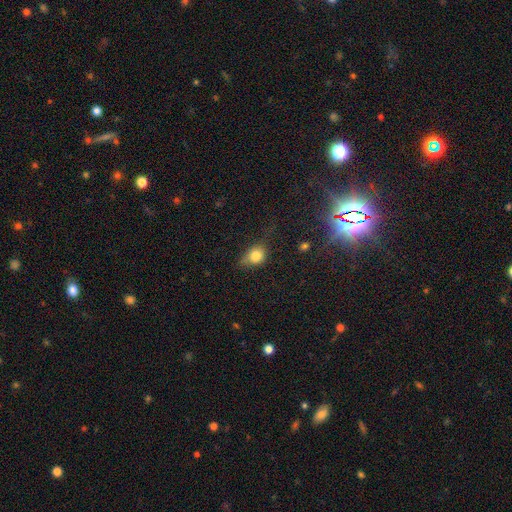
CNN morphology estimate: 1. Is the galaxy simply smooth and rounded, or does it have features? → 78% smooth, 11% star or artifact, 11% featured or disk.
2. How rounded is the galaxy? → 53% round, 45% in between, 2% cigar-shaped.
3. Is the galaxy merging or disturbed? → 45% none, 36% minor disturbance, 17% major disturbance, 3% merger.